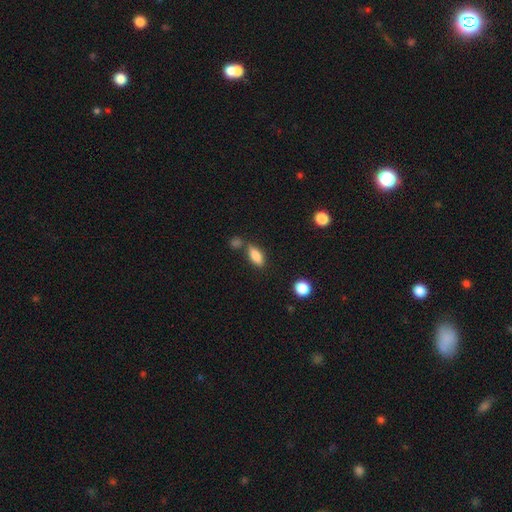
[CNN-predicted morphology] Q: Smooth or featured?
A: smooth (84%); runner-up: star or artifact (8%)
Q: How rounded?
A: in between (83%); runner-up: cigar-shaped (13%)
Q: Merging?
A: none (63%); runner-up: merger (17%)